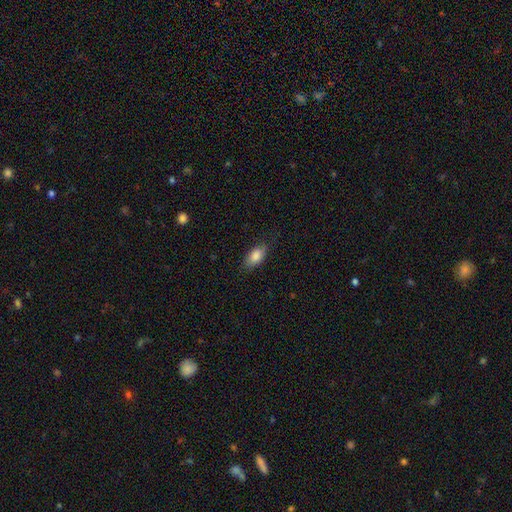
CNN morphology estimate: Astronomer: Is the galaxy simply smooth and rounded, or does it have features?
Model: smooth — 85%.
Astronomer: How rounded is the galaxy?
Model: in between — 89%.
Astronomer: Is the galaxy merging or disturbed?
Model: none — 79%.